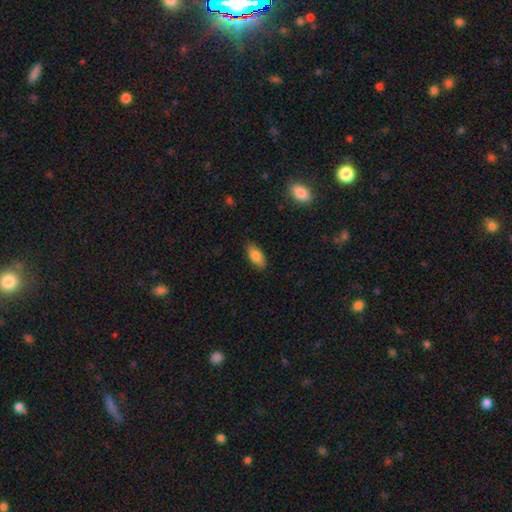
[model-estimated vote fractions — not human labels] This appears to be a smooth galaxy with no disk features (83%) that is in between round and cigar-shaped (88%). Merging: none (84%).